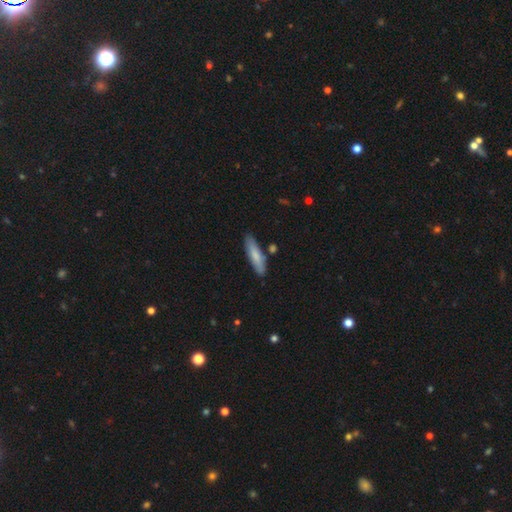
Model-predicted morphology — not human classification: This is likely a smooth galaxy (78%). How rounded: likely cigar-shaped (71%). Merging: clearly none (82%).